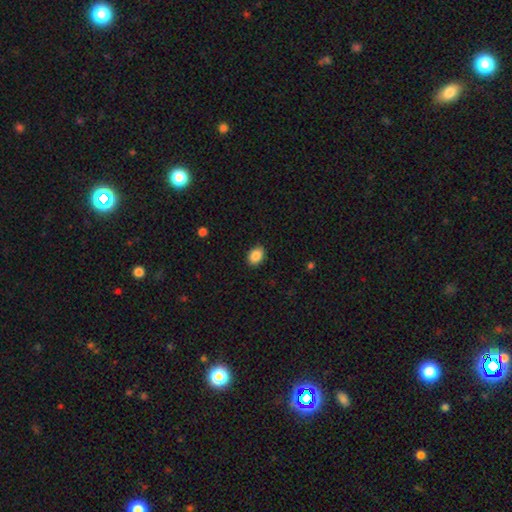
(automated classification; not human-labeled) The model was most divided on "how rounded": in between: 71%, round: 28%, cigar-shaped: 1%. More confident: merging — none (89%); smooth or featured — smooth (88%).